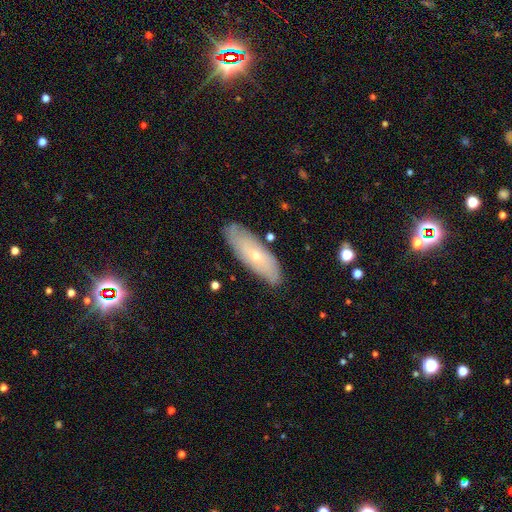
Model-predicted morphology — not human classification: This appears to be a featured or disk galaxy (50%). Merging: none (82%).